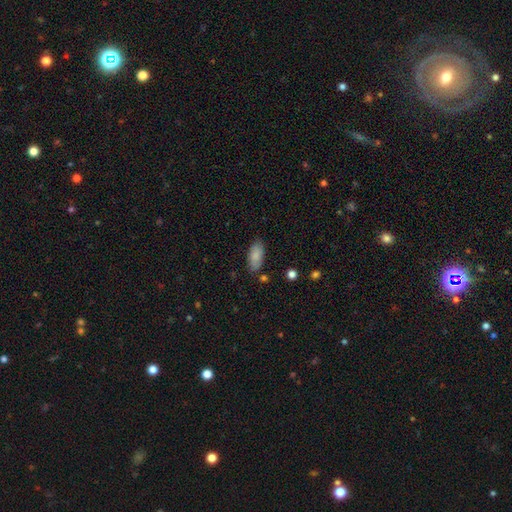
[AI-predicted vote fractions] A smooth galaxy with no disk features (85%) that is in between round and cigar-shaped (89%).

Vote fractions:
- Smooth or featured? smooth: 85% / featured or disk: 9% / star or artifact: 7%
- How rounded? in between: 89% / cigar-shaped: 9% / round: 2%
- Merging? none: 82% / minor disturbance: 12% / major disturbance: 3% / merger: 2%